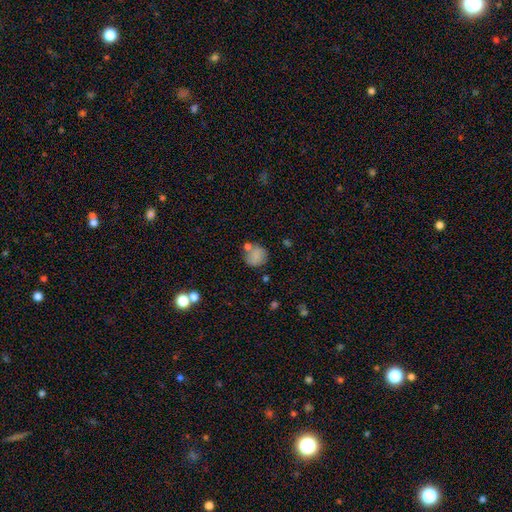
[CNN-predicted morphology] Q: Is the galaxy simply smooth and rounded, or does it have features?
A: smooth — 77%.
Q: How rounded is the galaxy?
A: round — 84%.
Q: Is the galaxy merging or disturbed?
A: none — 60%.